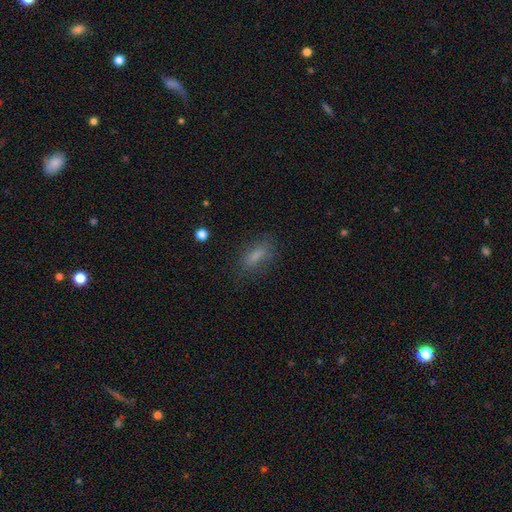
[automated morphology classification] smooth 71%, star or artifact 16%, featured or disk 13%. Down the decision tree: how rounded — in between (68%); merging — none (77%).